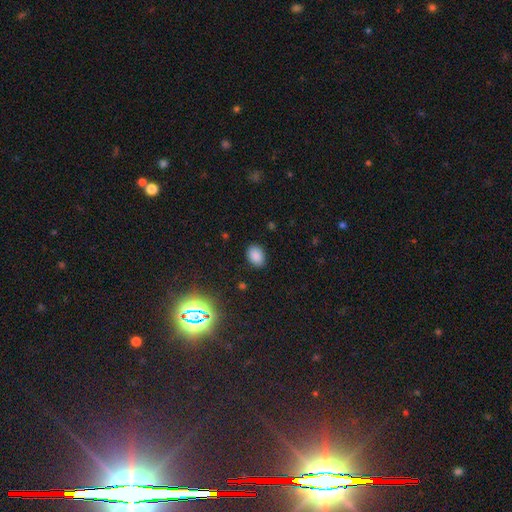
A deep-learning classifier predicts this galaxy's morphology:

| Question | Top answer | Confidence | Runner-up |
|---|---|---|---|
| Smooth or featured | smooth | 84% | star or artifact (12%) |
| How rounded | in between | 77% | round (22%) |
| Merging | none | 87% | minor disturbance (10%) |